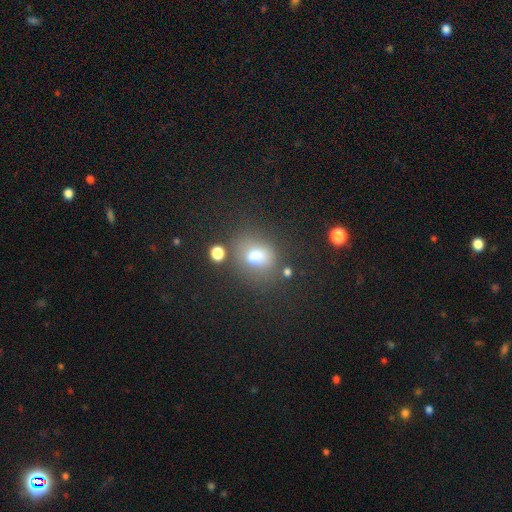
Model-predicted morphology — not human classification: This is likely a smooth galaxy (73%). How rounded: possibly in between (54%). Merging: likely none (63%).